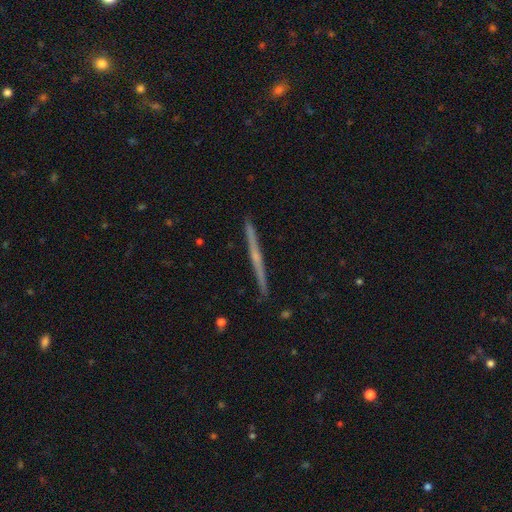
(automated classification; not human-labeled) Morphology: type=featured or disk (71%); edge-on=yes (98%); edge-on bulge=none (51%); merging=none (92%).